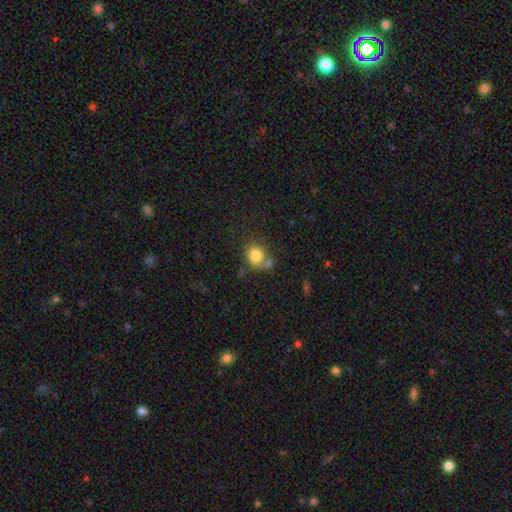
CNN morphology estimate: smooth_or_featured: smooth (p=0.81) [alt: star or artifact p=0.10]
how_rounded: round (p=0.58) [alt: in between p=0.41]
merging: none (p=0.48) [alt: merger p=0.29]